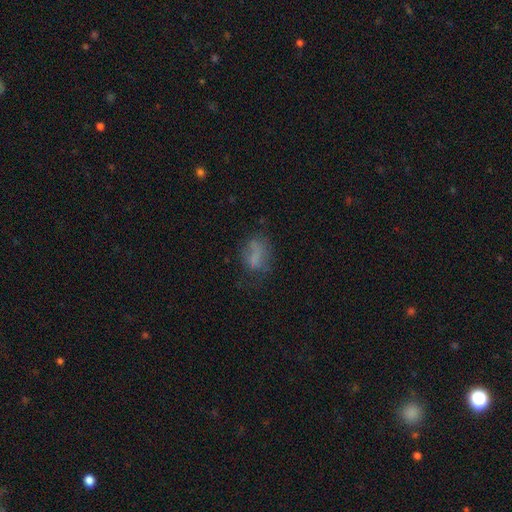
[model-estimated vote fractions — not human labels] smooth 61%, featured or disk 23%, star or artifact 15%. Down the decision tree: how rounded — in between (75%); merging — none (43%).